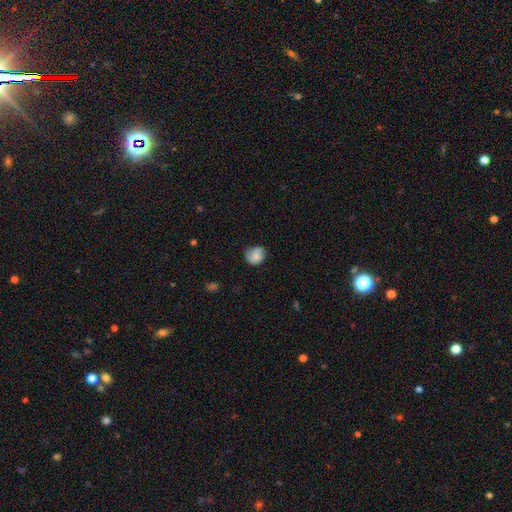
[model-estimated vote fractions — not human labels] smooth-or-featured: smooth: 68% | featured or disk: 24% | star or artifact: 8%
  how-rounded: round: 72% | in between: 28% | cigar-shaped: 1%
  merging: none: 59% | minor disturbance: 30% | major disturbance: 8% | merger: 3%